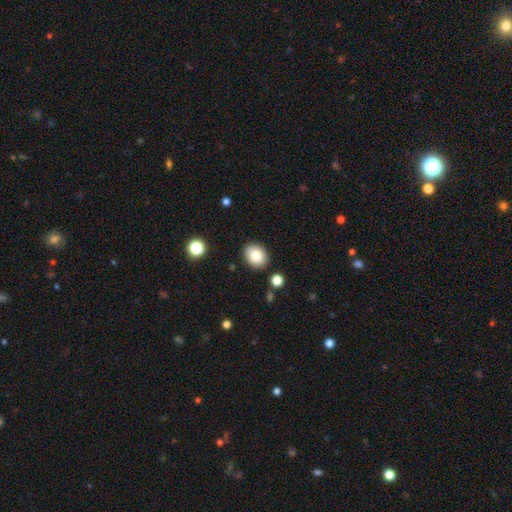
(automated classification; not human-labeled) This appears to be a smooth galaxy with no disk features (83%) that is round (54%). Merging: none (88%).